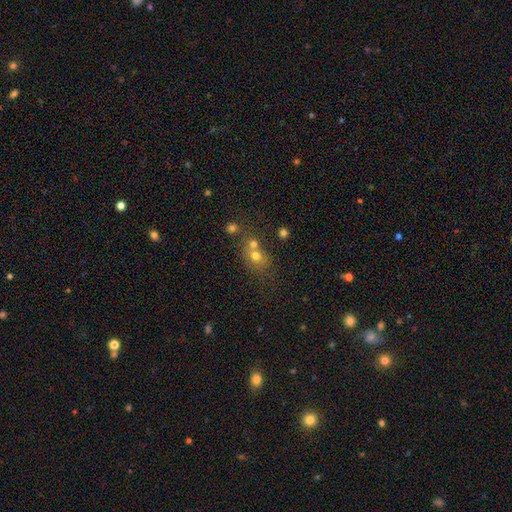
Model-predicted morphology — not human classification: type=smooth (67%); roundness=round (63%); merging=merger (44%).